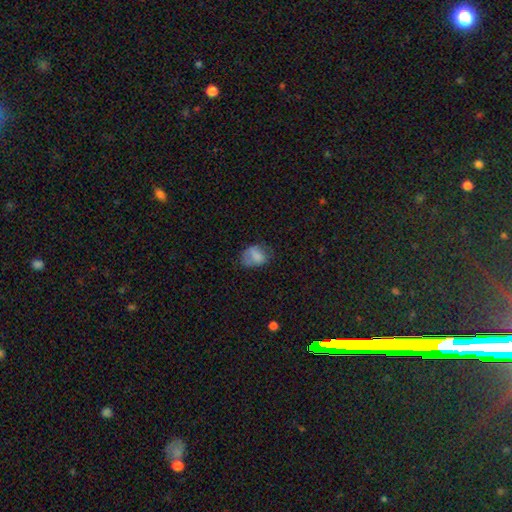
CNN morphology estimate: This is likely a smooth galaxy (73%). How rounded: likely in between (69%). Merging: possibly none (47%).